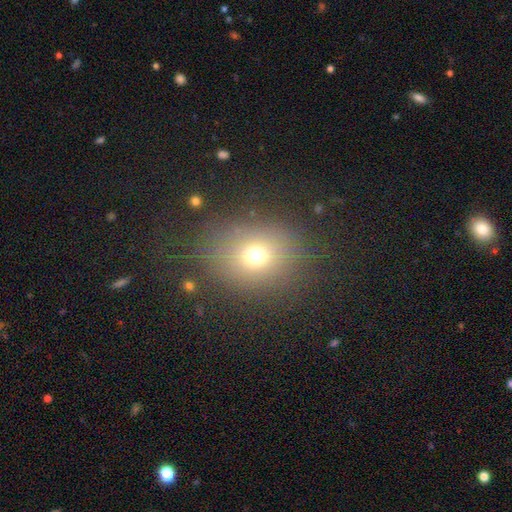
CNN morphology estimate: Smooth or featured?
  - smooth: 69% *
  - star or artifact: 19%
  - featured or disk: 12%
How rounded?
  - round: 57% *
  - in between: 41%
  - cigar-shaped: 1%
Merging?
  - none: 79% *
  - minor disturbance: 12%
  - major disturbance: 7%
  - merger: 3%